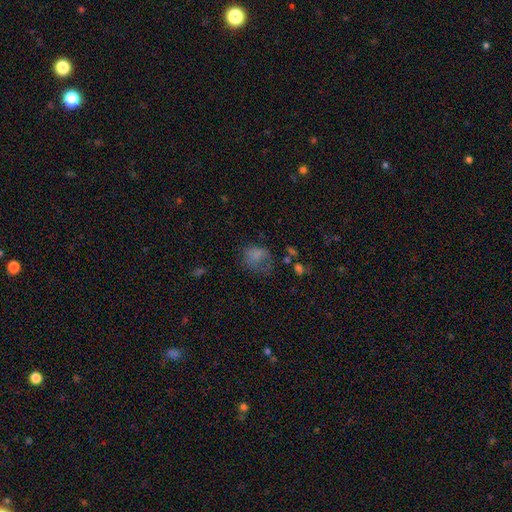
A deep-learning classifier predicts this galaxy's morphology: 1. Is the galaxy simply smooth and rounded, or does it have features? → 70% smooth, 16% featured or disk, 14% star or artifact.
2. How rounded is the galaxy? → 53% in between, 46% round, 1% cigar-shaped.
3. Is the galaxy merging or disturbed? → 37% major disturbance, 32% none, 26% minor disturbance, 5% merger.